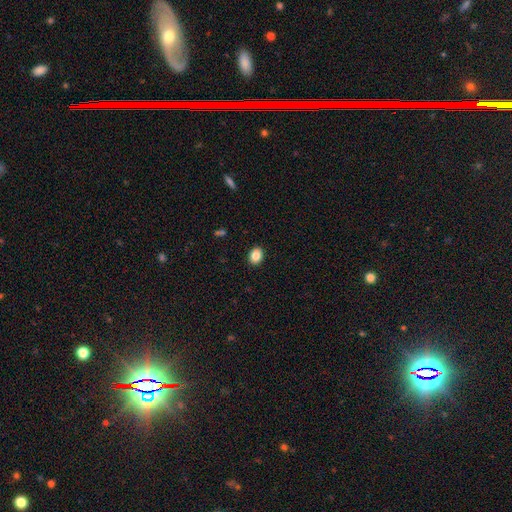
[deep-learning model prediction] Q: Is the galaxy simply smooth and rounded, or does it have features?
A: smooth — 87%.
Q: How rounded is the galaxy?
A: in between — 53%.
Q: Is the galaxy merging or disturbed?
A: none — 91%.